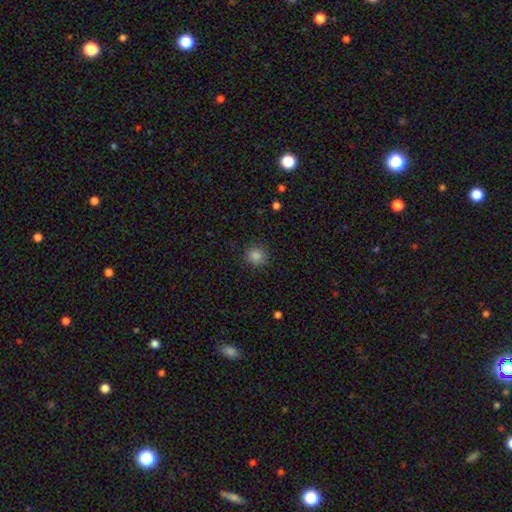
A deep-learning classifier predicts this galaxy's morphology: Smooth or featured? Predicted: smooth (p=0.85). How rounded? Predicted: round (p=0.91). Merging? Predicted: none (p=0.89).